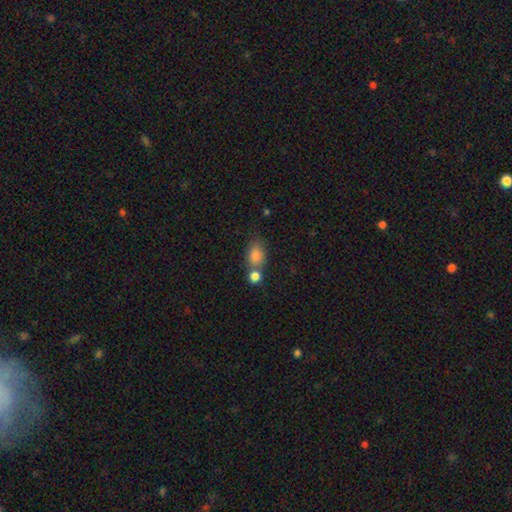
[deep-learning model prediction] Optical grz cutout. It shows a smooth galaxy with no disk features (83%) that is in between round and cigar-shaped (70%). Merging: none (48%).